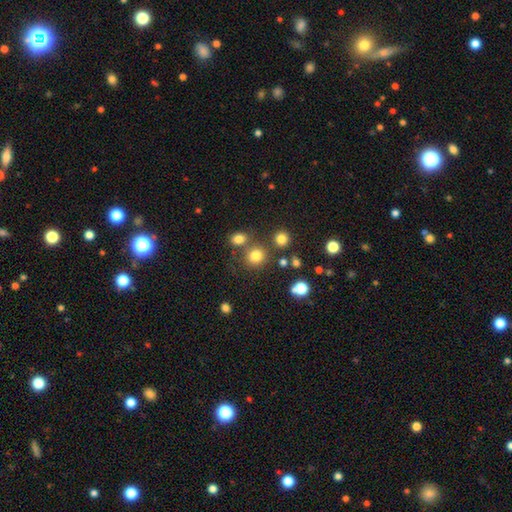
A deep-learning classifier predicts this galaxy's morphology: Overall: smooth (78%). How rounded: round (85%). Merging: none (72%).